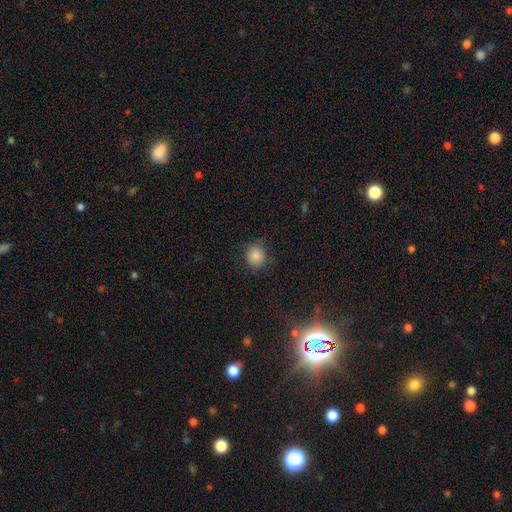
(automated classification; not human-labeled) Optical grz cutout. It shows a smooth galaxy with no disk features (85%) that is round (82%). Merging: none (82%).